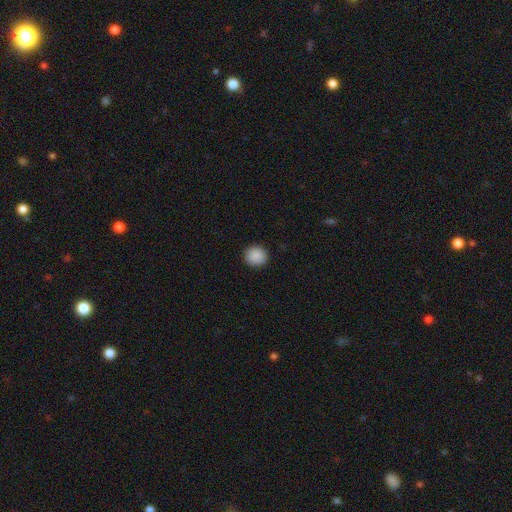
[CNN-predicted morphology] The model was most divided on "smooth or featured": smooth: 89%, star or artifact: 8%, featured or disk: 2%. More confident: merging — none (92%); how rounded — round (91%).